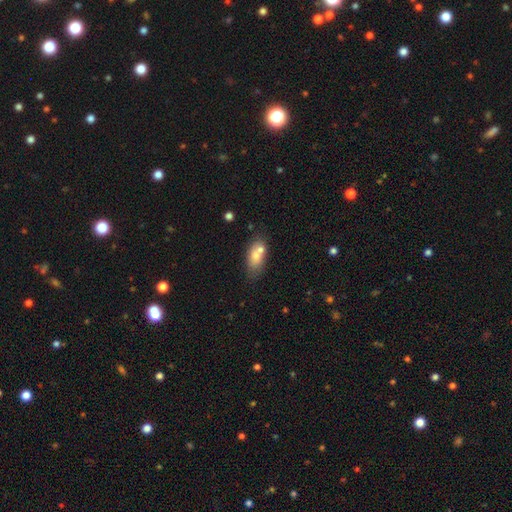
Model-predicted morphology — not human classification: Smooth or featured?
  - smooth: 71% *
  - featured or disk: 20%
  - star or artifact: 9%
How rounded?
  - in between: 84% *
  - cigar-shaped: 8%
  - round: 8%
Merging?
  - none: 51% *
  - merger: 30%
  - minor disturbance: 15%
  - major disturbance: 5%